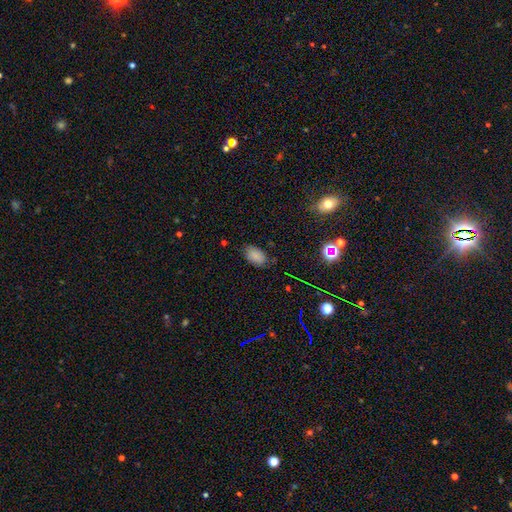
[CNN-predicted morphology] smooth-or-featured: smooth: 81% | star or artifact: 12% | featured or disk: 7%
  how-rounded: in between: 91% | round: 8% | cigar-shaped: 2%
  merging: none: 76% | minor disturbance: 19% | major disturbance: 4% | merger: 2%